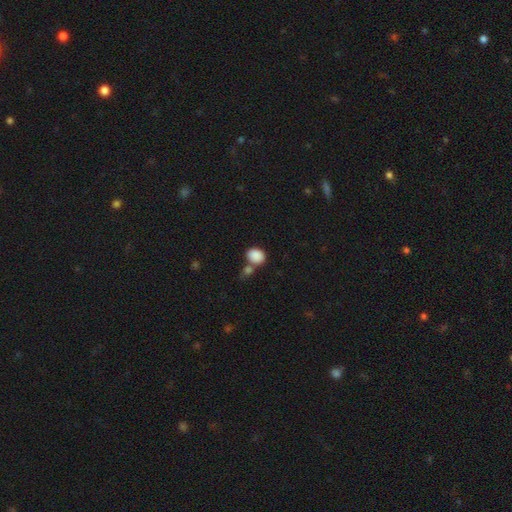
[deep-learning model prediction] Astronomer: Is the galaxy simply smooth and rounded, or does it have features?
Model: smooth — 88%.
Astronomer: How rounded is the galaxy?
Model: in between — 65%.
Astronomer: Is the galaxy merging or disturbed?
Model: none — 52% (runner-up: merger, 32%).